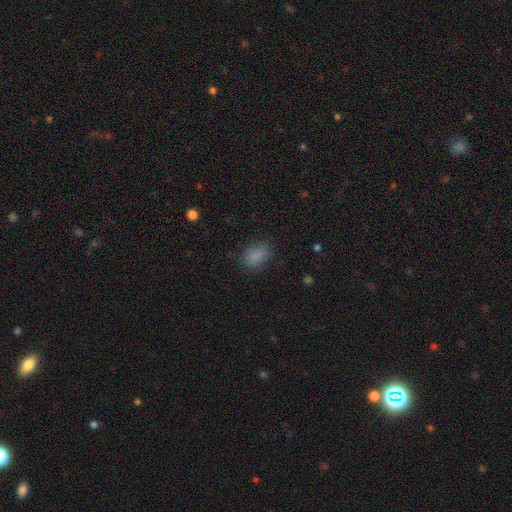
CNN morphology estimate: This is clearly a smooth galaxy (82%). How rounded: clearly in between (82%). Merging: likely none (74%).